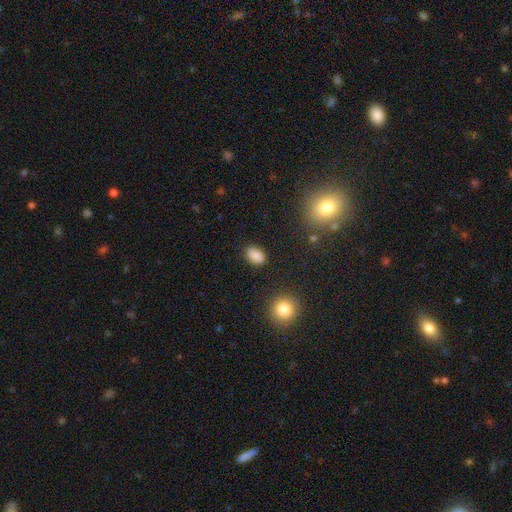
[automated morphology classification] smooth_or_featured: smooth (p=0.86) [alt: star or artifact p=0.10]
how_rounded: in between (p=0.83) [alt: round p=0.15]
merging: none (p=0.86) [alt: minor disturbance p=0.10]